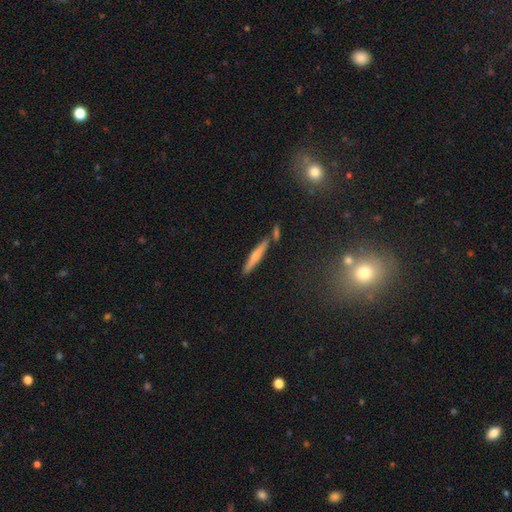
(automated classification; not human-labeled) This is possibly a smooth galaxy (57%). How rounded: clearly cigar-shaped (92%). Merging: likely none (76%).